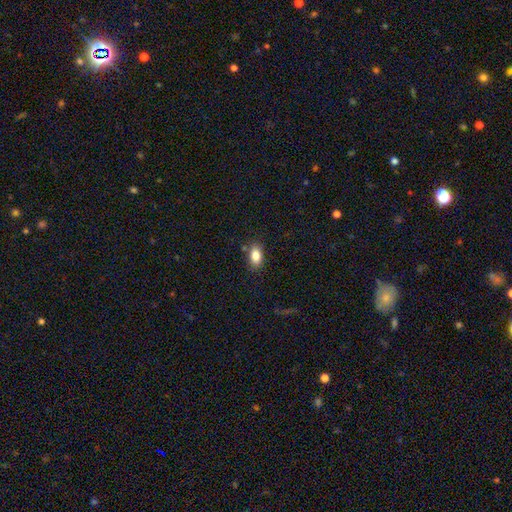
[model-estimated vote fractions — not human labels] This is clearly a smooth galaxy (84%). How rounded: clearly in between (87%). Merging: likely none (79%).